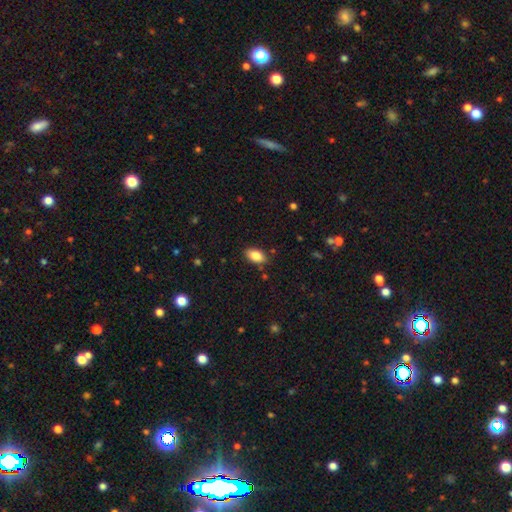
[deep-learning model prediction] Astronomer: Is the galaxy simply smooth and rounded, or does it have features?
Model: smooth — 86%.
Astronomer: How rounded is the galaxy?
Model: in between — 92%.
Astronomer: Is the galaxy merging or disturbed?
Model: none — 85%.